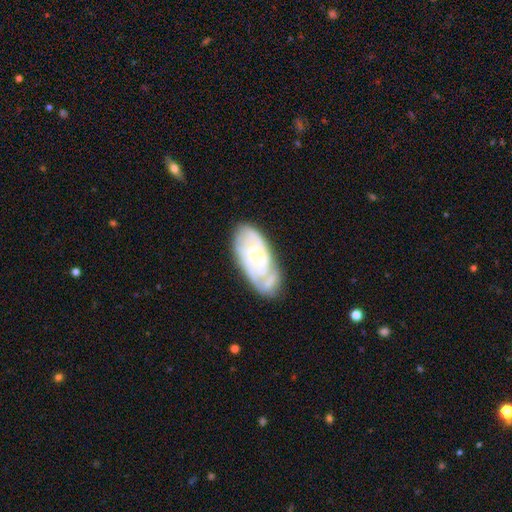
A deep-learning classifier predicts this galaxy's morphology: Smooth or featured? featured or disk (73%)
Edge-on disk? no (94%)
Bar? no (47%)
Spiral arms? yes (81%)
Spiral winding? tight (60%)
Spiral arm count? can't tell (46%)
Bulge size? small (60%)
Merging? none (63%)